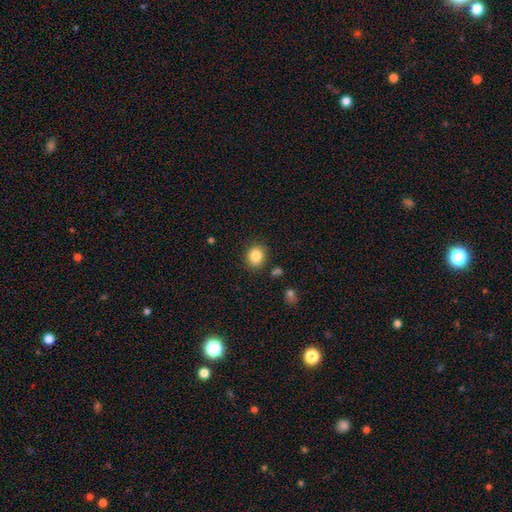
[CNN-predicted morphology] Smooth or featured: smooth — 85% (star or artifact — 10%)
How rounded: round — 67% (in between — 32%)
Merging: none — 86% (minor disturbance — 9%)